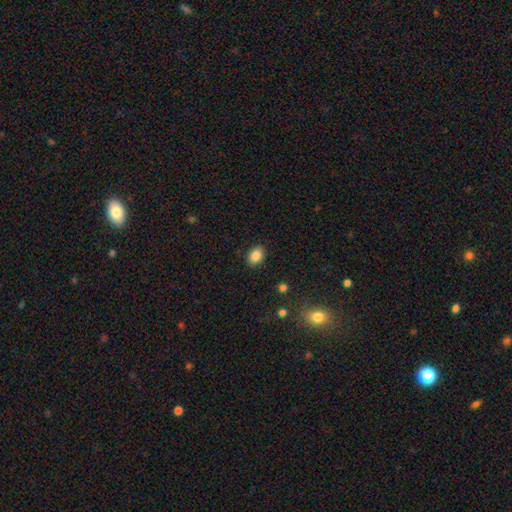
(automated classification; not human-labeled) Smooth or featured?
  - smooth: 86% *
  - star or artifact: 9%
  - featured or disk: 5%
How rounded?
  - in between: 77% *
  - round: 22%
  - cigar-shaped: 1%
Merging?
  - none: 89% *
  - minor disturbance: 8%
  - major disturbance: 2%
  - merger: 1%